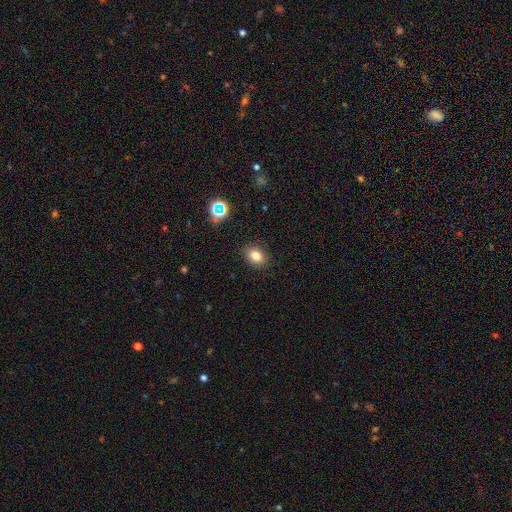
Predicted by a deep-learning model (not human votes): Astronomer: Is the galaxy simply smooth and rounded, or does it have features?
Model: smooth — 80%.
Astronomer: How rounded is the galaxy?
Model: in between — 69%.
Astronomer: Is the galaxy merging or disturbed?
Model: none — 87%.